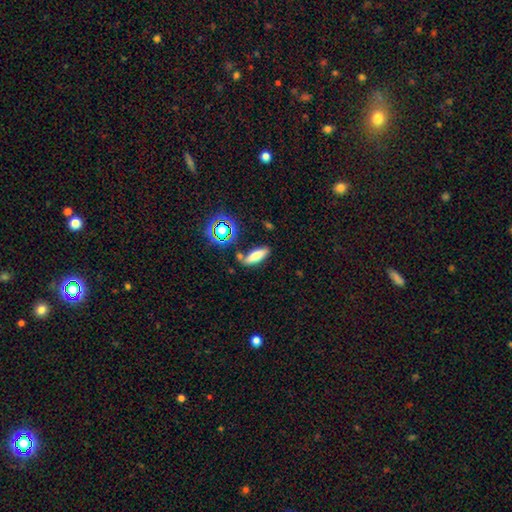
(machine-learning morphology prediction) Smooth or featured: smooth — 71% (star or artifact — 15%)
How rounded: in between — 51% (cigar-shaped — 45%)
Merging: none — 72% (minor disturbance — 15%)